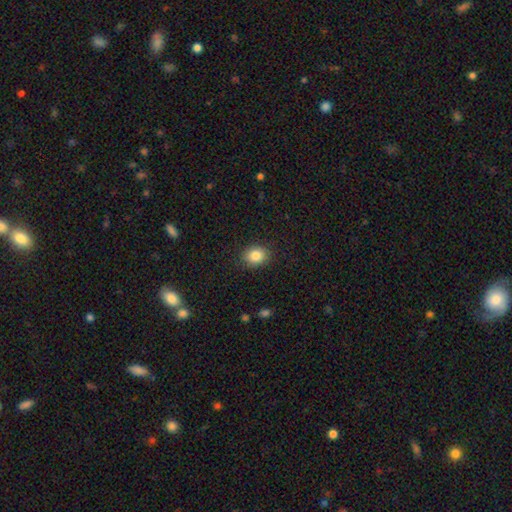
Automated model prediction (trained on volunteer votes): A smooth galaxy with no disk features (84%) that is round (51%).

Vote fractions:
- Smooth or featured? smooth: 84% / star or artifact: 9% / featured or disk: 6%
- How rounded? round: 51% / in between: 48% / cigar-shaped: 1%
- Merging? none: 88% / minor disturbance: 9% / major disturbance: 2% / merger: 1%